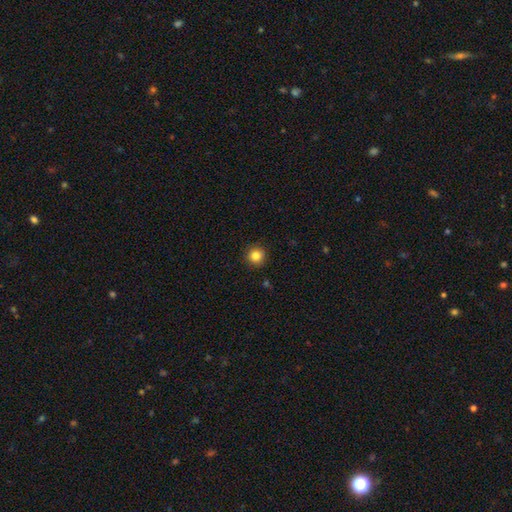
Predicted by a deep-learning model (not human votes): A smooth galaxy with no disk features (84%) that is round (95%). Merging: none (92%).